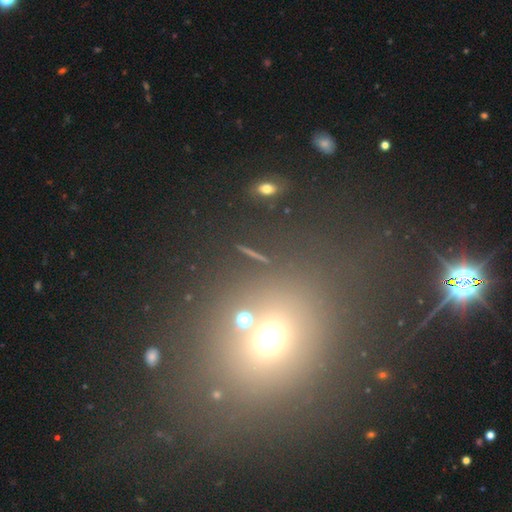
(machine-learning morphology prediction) This is marginally a star or artifact rather than a galaxy (45%).